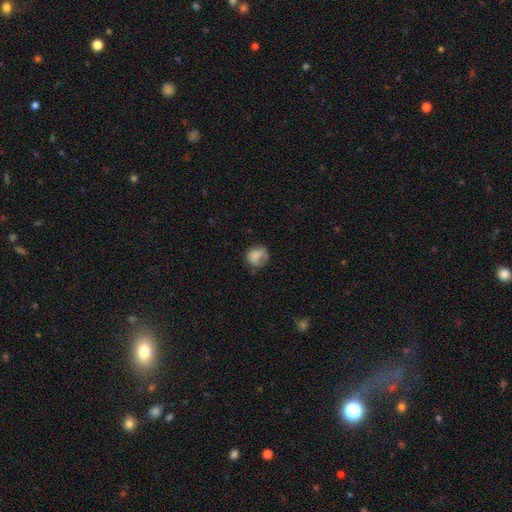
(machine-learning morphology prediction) A smooth galaxy with no disk features (73%) that is round (71%). Merging: none (49%).